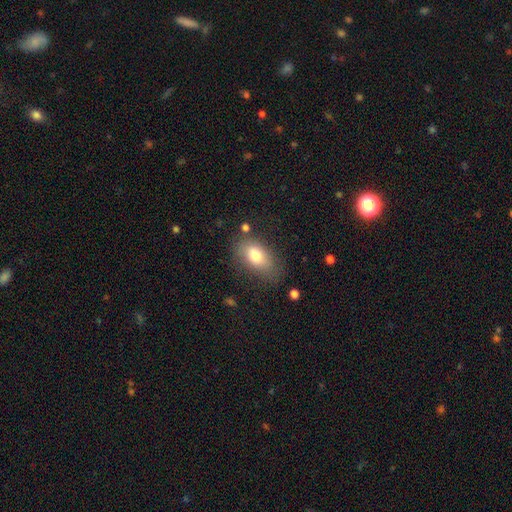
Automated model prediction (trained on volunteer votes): A smooth galaxy with no disk features (77%) that is in between round and cigar-shaped (89%).

Vote fractions:
- Smooth or featured? smooth: 77% / featured or disk: 15% / star or artifact: 9%
- How rounded? in between: 89% / round: 9% / cigar-shaped: 3%
- Merging? none: 67% / minor disturbance: 21% / major disturbance: 8% / merger: 4%